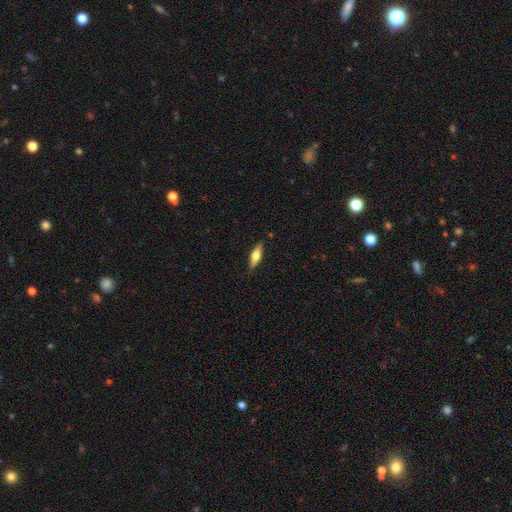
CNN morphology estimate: featured or disk 48%, smooth 47%, star or artifact 6%. Down the decision tree: merging — none (87%).